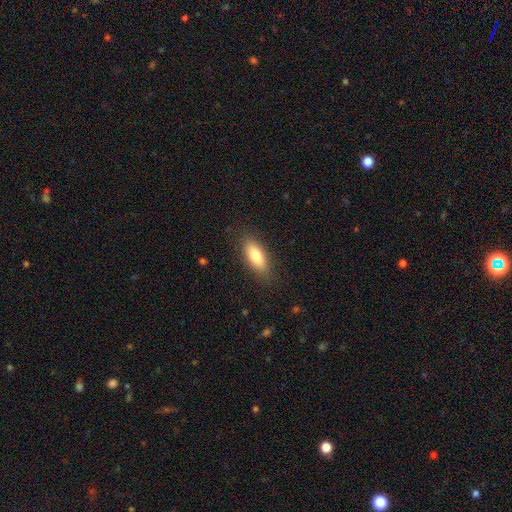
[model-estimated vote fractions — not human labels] Q: Smooth or featured?
A: smooth (79%); runner-up: featured or disk (14%)
Q: How rounded?
A: in between (78%); runner-up: cigar-shaped (19%)
Q: Merging?
A: none (86%); runner-up: minor disturbance (11%)